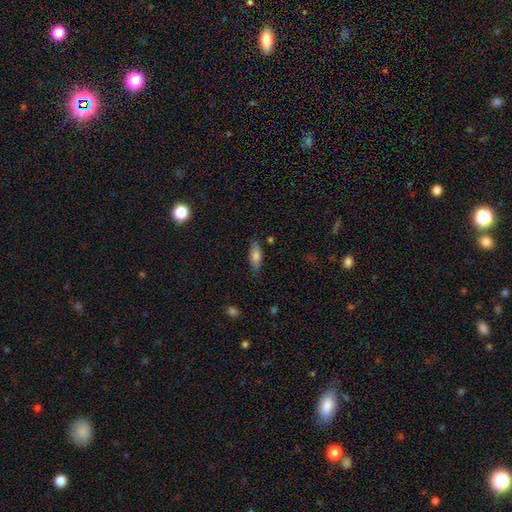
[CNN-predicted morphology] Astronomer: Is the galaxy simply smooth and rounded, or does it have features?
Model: smooth — 80%.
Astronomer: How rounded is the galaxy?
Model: in between — 73%.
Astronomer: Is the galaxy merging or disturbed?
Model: none — 78%.